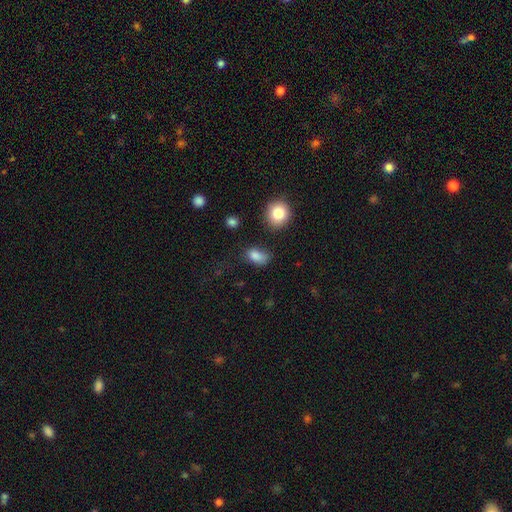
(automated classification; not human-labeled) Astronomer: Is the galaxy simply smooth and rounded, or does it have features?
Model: smooth — 83%.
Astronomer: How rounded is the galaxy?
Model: in between — 80%.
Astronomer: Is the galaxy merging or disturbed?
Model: none — 55%.